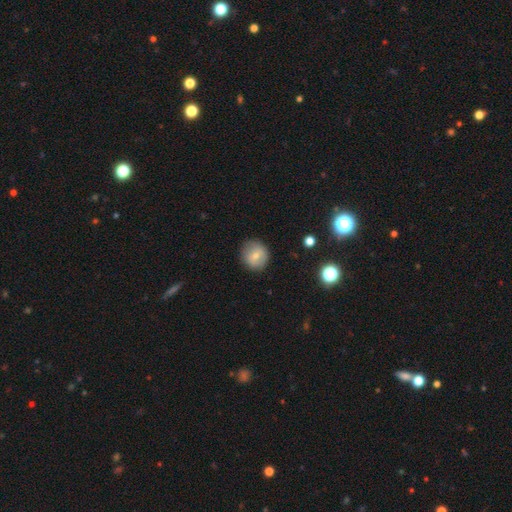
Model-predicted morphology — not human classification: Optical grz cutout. It shows a smooth galaxy with no disk features (70%) that is round (89%). Merging: none (84%).